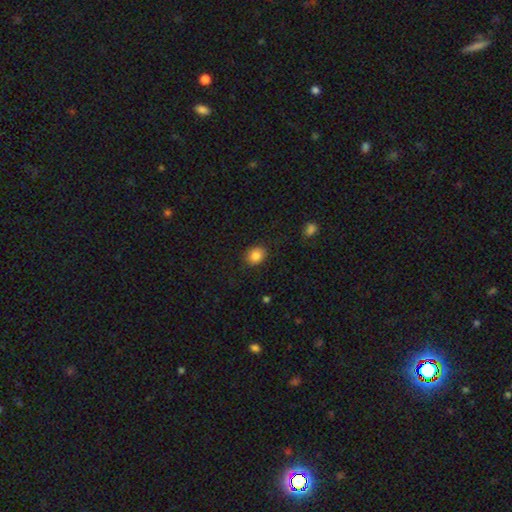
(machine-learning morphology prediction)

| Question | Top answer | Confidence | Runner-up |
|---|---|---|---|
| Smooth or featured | smooth | 85% | star or artifact (10%) |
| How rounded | round | 56% | in between (43%) |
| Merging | none | 86% | minor disturbance (10%) |